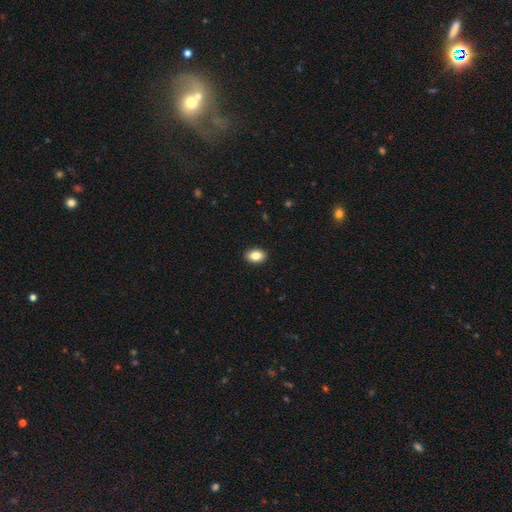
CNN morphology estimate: Smooth or featured? Predicted: smooth (p=0.85). How rounded? Predicted: in between (p=0.84). Merging? Predicted: none (p=0.91).